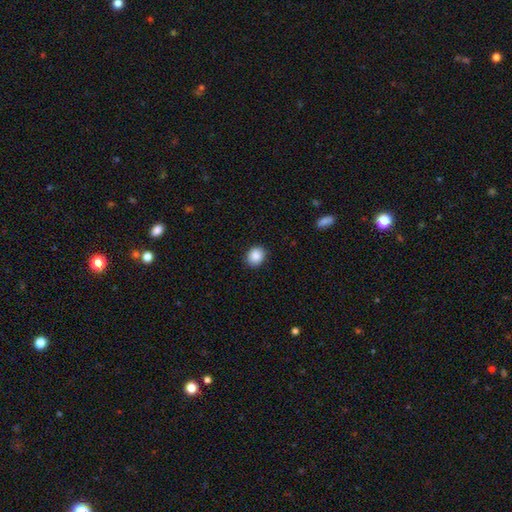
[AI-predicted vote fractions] smooth 88%, star or artifact 8%, featured or disk 3%. Down the decision tree: how rounded — round (71%); merging — none (89%).